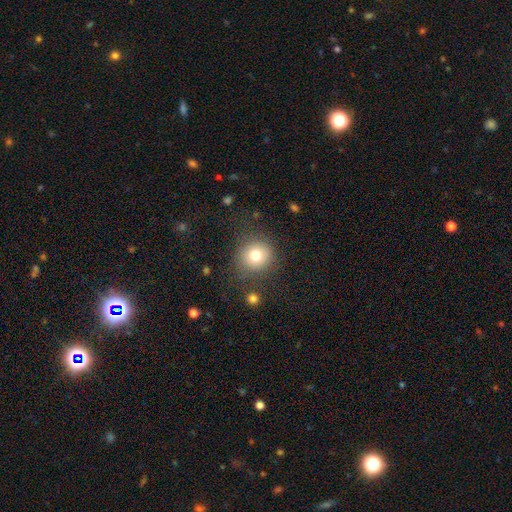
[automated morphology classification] A smooth galaxy with no disk features (77%) that is round (91%).

Vote fractions:
- Smooth or featured? smooth: 77% / star or artifact: 12% / featured or disk: 11%
- How rounded? round: 91% / in between: 8% / cigar-shaped: 1%
- Merging? none: 82% / minor disturbance: 10% / major disturbance: 5% / merger: 2%